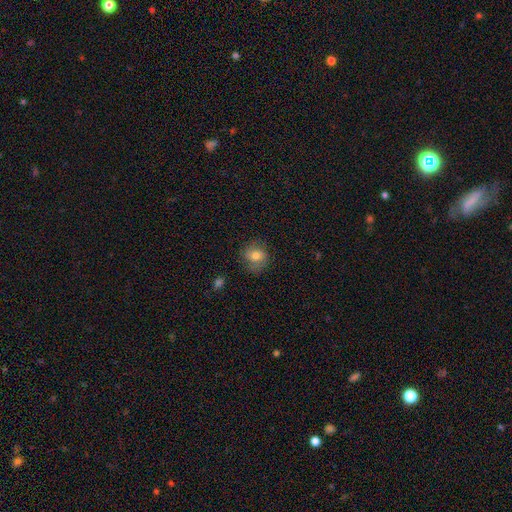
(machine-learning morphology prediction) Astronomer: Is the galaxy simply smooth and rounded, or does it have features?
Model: smooth — 68%.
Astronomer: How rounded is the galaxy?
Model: round — 76%.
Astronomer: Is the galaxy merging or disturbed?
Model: none — 75%.